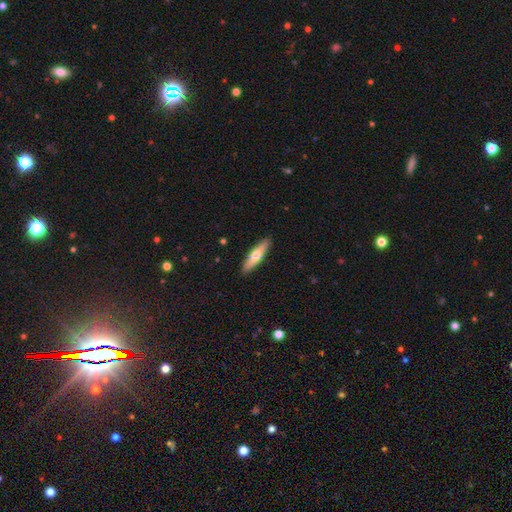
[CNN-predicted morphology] Smooth or featured?
  - smooth: 58% *
  - featured or disk: 37%
  - star or artifact: 5%
How rounded?
  - cigar-shaped: 75% *
  - in between: 24%
  - round: 2%
Merging?
  - none: 91% *
  - minor disturbance: 7%
  - major disturbance: 1%
  - merger: 1%